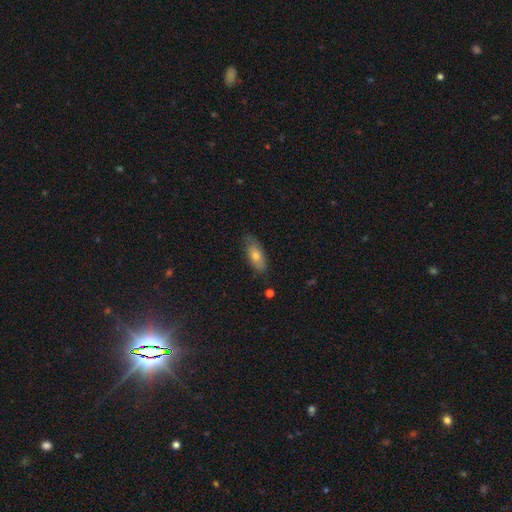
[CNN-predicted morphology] Smooth or featured? smooth (64%)
How rounded? in between (78%)
Merging? none (77%)